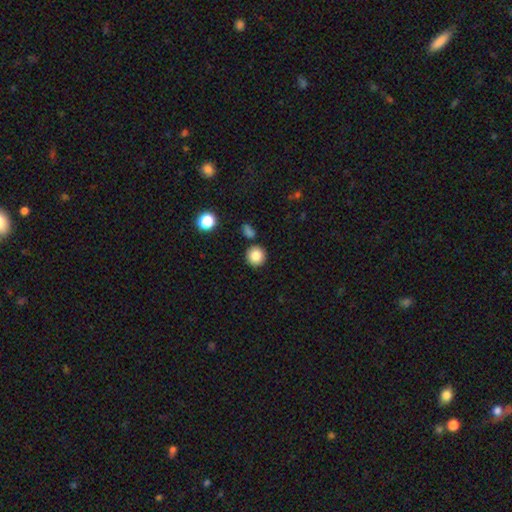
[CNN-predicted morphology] Smooth or featured? Predicted: smooth (p=0.85). How rounded? Predicted: round (p=0.93). Merging? Predicted: none (p=0.87).